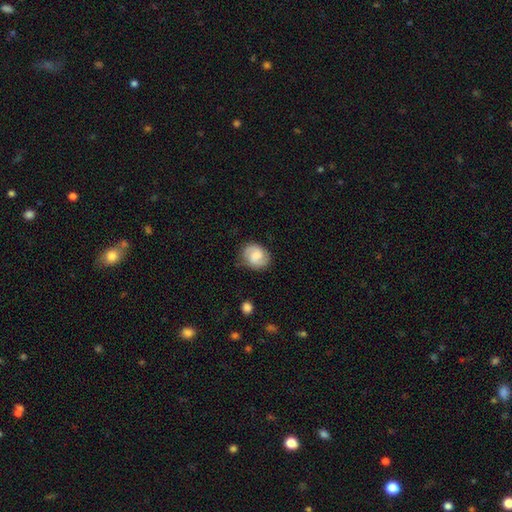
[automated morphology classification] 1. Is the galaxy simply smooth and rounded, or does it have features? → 50% featured or disk, 42% smooth, 8% star or artifact.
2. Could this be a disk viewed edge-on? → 98% no, 2% yes.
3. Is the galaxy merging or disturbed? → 79% none, 15% minor disturbance, 4% major disturbance, 1% merger.